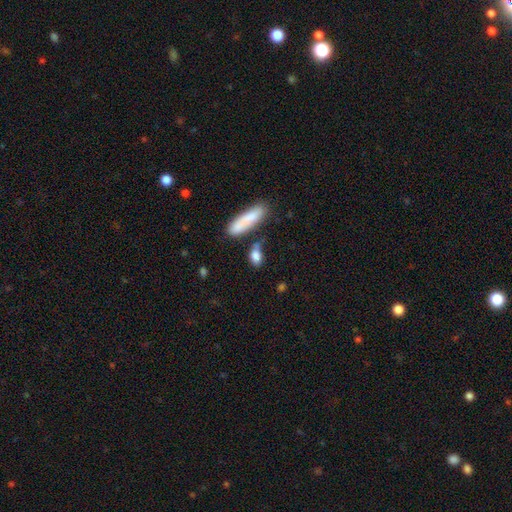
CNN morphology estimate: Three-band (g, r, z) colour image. It shows a smooth galaxy with no disk features (82%) that is in between round and cigar-shaped (72%). Merging: none (56%).